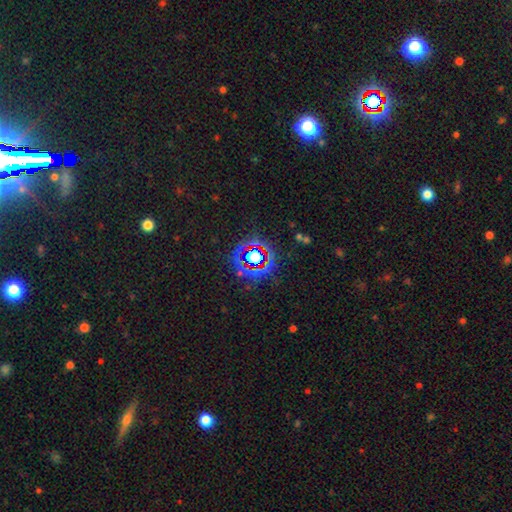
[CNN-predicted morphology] star or artifact 66%, smooth 22%, featured or disk 12%.